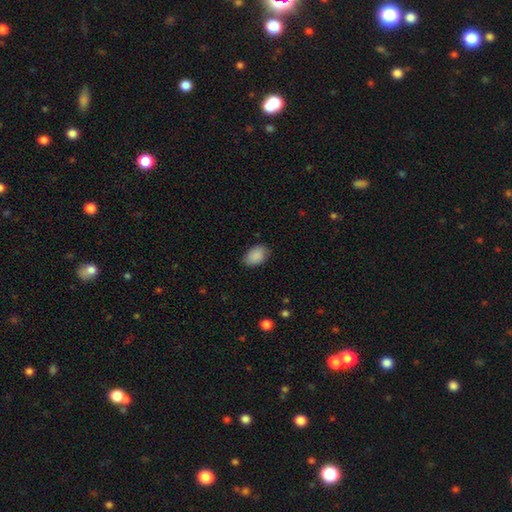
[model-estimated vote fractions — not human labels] Smooth or featured: smooth — 88% (star or artifact — 7%)
How rounded: in between — 86% (round — 13%)
Merging: none — 81% (minor disturbance — 15%)